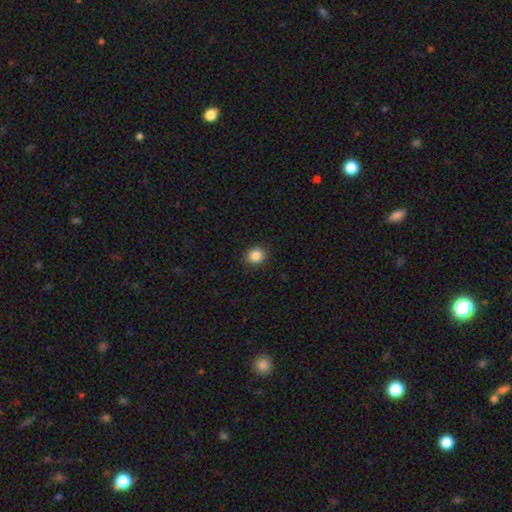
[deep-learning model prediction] smooth_or_featured: smooth (p=0.86) [alt: star or artifact p=0.10]
how_rounded: round (p=0.74) [alt: in between p=0.25]
merging: none (p=0.90) [alt: minor disturbance p=0.07]